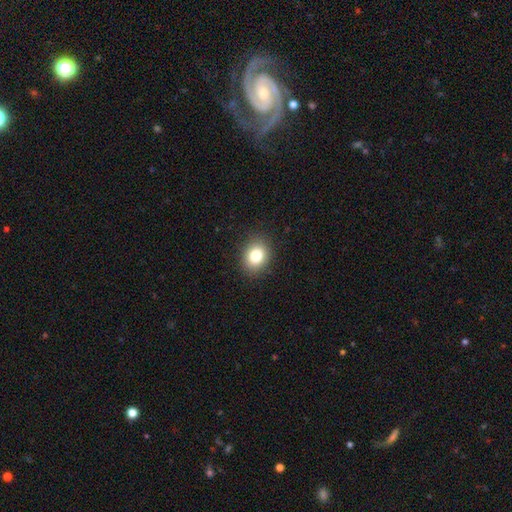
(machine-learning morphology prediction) Smooth or featured? smooth (83%)
How rounded? round (50%)
Merging? none (88%)